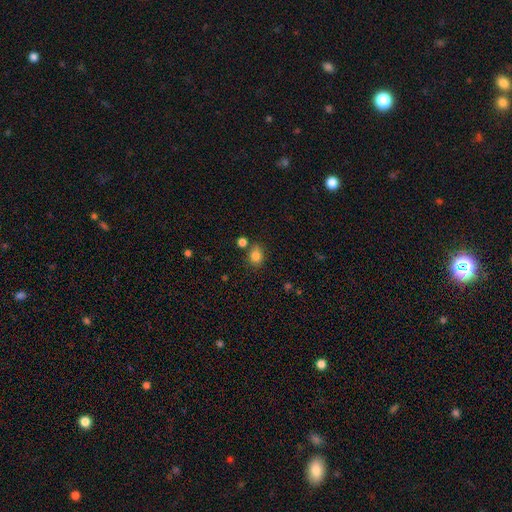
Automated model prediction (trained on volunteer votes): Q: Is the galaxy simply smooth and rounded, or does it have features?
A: smooth — 83%.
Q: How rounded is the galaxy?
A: round — 60%.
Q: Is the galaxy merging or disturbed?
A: none — 69%.